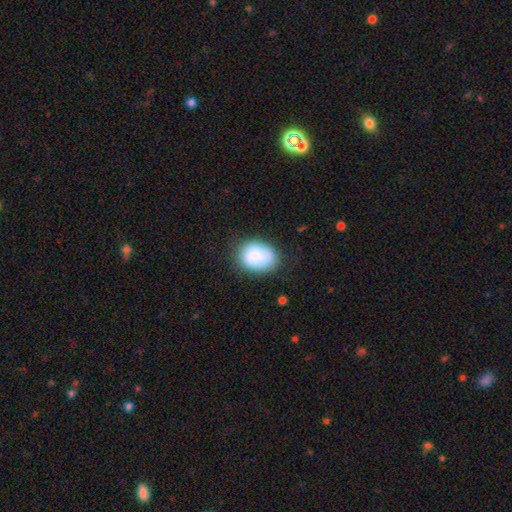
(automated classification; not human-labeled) Smooth or featured? smooth (80%)
How rounded? in between (65%)
Merging? none (75%)